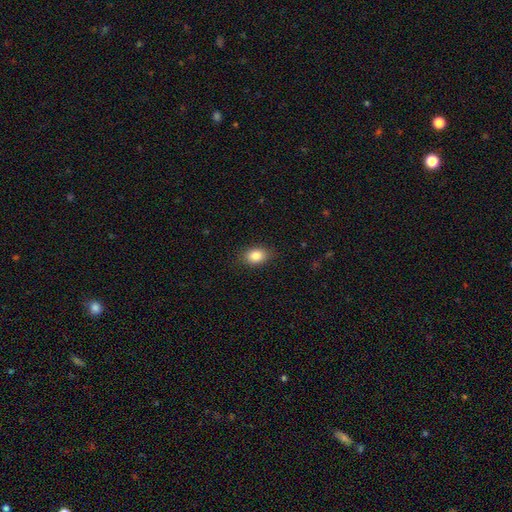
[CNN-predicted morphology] Smooth or featured?
  - smooth: 86% *
  - star or artifact: 9%
  - featured or disk: 6%
How rounded?
  - in between: 77% *
  - round: 22%
  - cigar-shaped: 1%
Merging?
  - none: 86% *
  - minor disturbance: 10%
  - major disturbance: 3%
  - merger: 1%